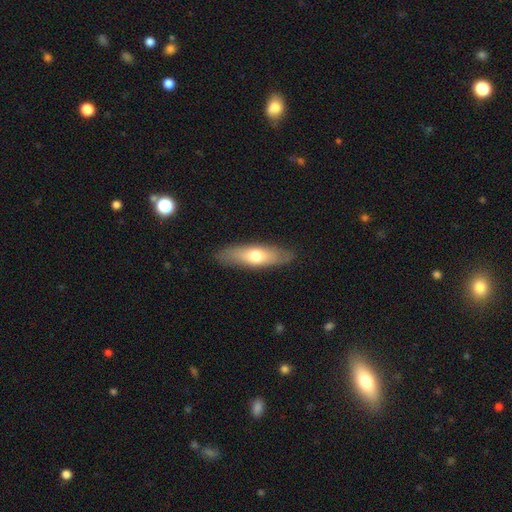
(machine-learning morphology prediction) smooth_or_featured: smooth (p=0.60) [alt: featured or disk p=0.34]
how_rounded: cigar-shaped (p=0.50) [alt: in between p=0.47]
merging: none (p=0.85) [alt: minor disturbance p=0.11]